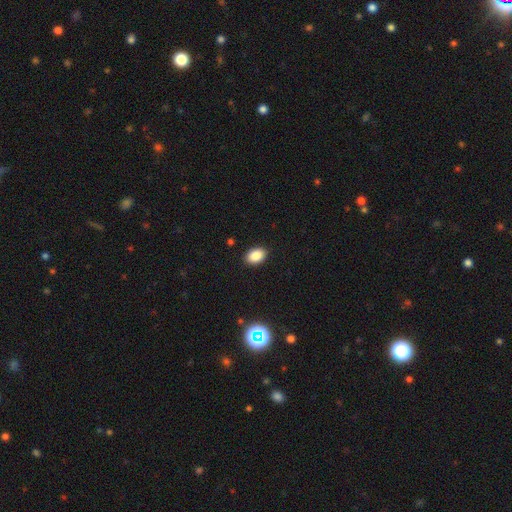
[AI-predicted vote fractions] Morphology: type=smooth (87%); roundness=in between (85%); merging=none (89%).